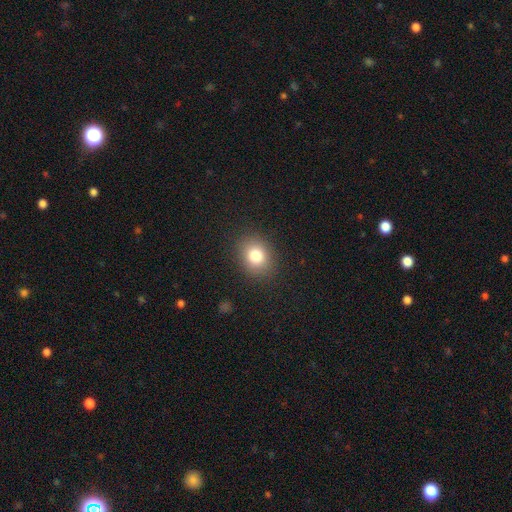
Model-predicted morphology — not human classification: A smooth galaxy with no disk features (80%) that is round (55%).

Vote fractions:
- Smooth or featured? smooth: 80% / star or artifact: 11% / featured or disk: 8%
- How rounded? round: 55% / in between: 44% / cigar-shaped: 1%
- Merging? none: 88% / minor disturbance: 8% / major disturbance: 3% / merger: 1%